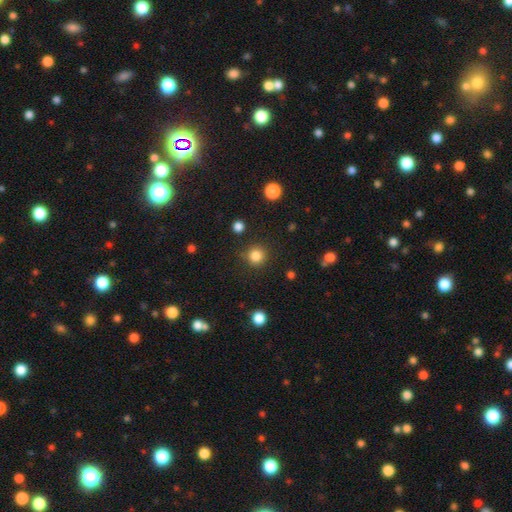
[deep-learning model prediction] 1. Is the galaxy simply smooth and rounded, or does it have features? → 84% smooth, 12% star or artifact, 4% featured or disk.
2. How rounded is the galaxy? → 94% round, 5% in between, 1% cigar-shaped.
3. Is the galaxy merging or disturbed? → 88% none, 7% minor disturbance, 3% major disturbance, 2% merger.